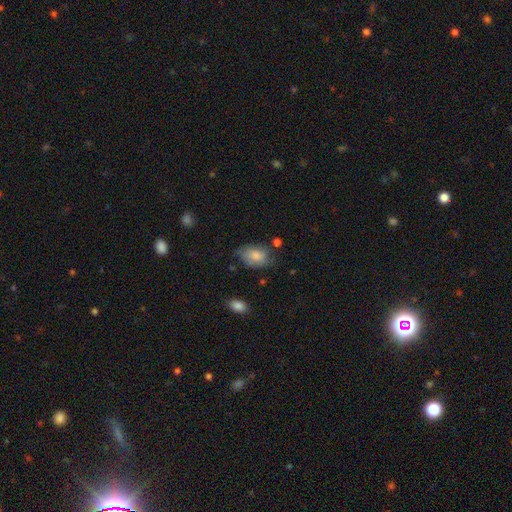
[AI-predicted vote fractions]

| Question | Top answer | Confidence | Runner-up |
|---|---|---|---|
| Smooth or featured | smooth | 80% | featured or disk (13%) |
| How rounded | in between | 87% | round (11%) |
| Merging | none | 56% | minor disturbance (31%) |